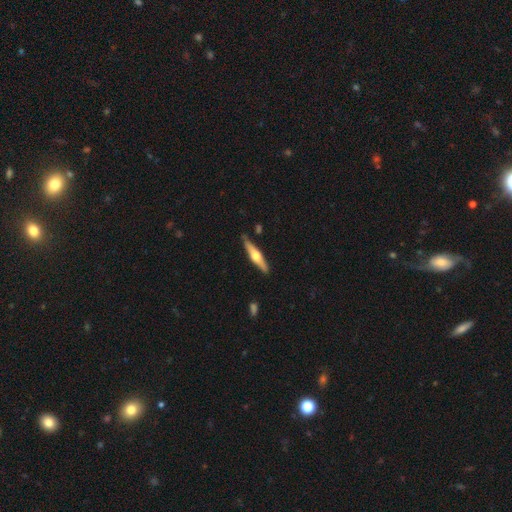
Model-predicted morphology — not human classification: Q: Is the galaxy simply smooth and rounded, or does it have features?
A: featured or disk — 66%.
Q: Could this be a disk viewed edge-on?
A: yes — 97%.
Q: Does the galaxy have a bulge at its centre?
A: rounded — 93%.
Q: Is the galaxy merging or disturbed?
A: none — 86%.